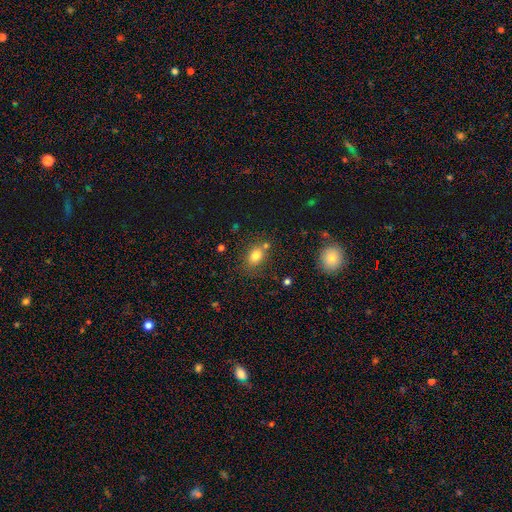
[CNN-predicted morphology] Smooth or featured? Predicted: smooth (p=0.78). How rounded? Predicted: in between (p=0.69). Merging? Predicted: none (p=0.68).